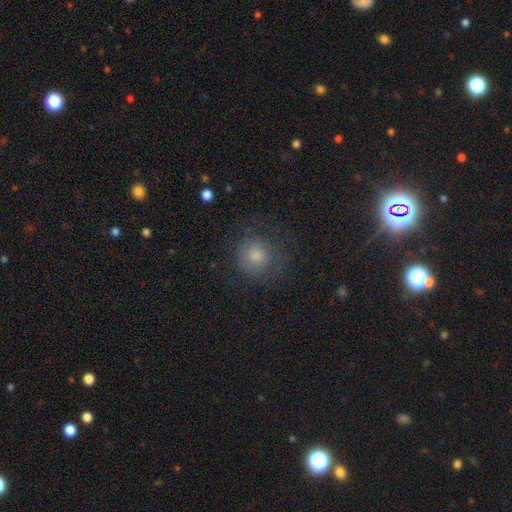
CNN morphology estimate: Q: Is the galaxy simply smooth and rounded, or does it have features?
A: smooth — 74%.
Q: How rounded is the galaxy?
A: round — 87%.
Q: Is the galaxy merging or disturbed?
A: none — 67%.